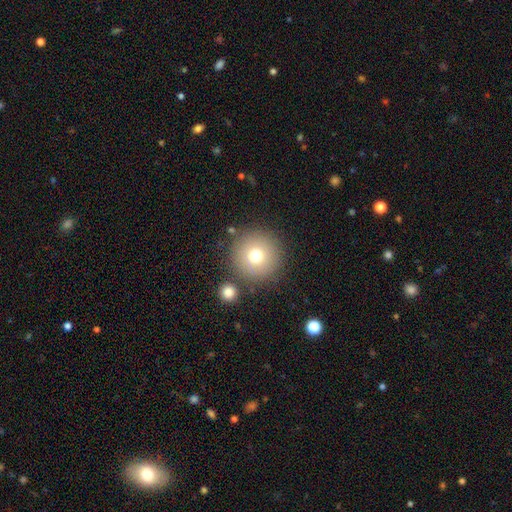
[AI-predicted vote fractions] smooth_or_featured: smooth (p=0.73) [alt: featured or disk p=0.15]
how_rounded: round (p=0.96) [alt: in between p=0.03]
merging: none (p=0.83) [alt: minor disturbance p=0.07]